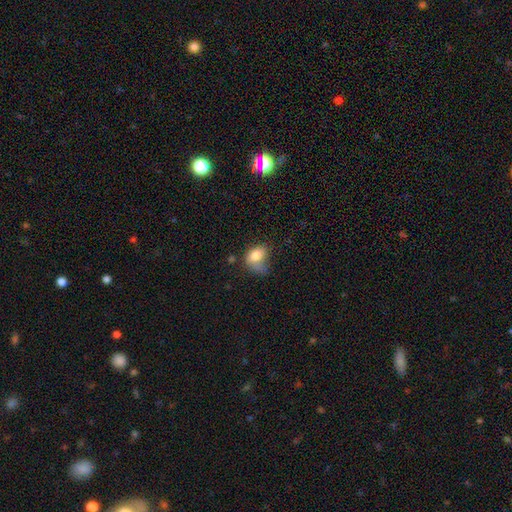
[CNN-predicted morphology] A smooth galaxy with no disk features (77%) that is in between round and cigar-shaped (80%).

Vote fractions:
- Smooth or featured? smooth: 77% / featured or disk: 14% / star or artifact: 9%
- How rounded? in between: 80% / round: 18% / cigar-shaped: 2%
- Merging? major disturbance: 32% (tied) / minor disturbance: 32% (tied) / none: 27% / merger: 9%